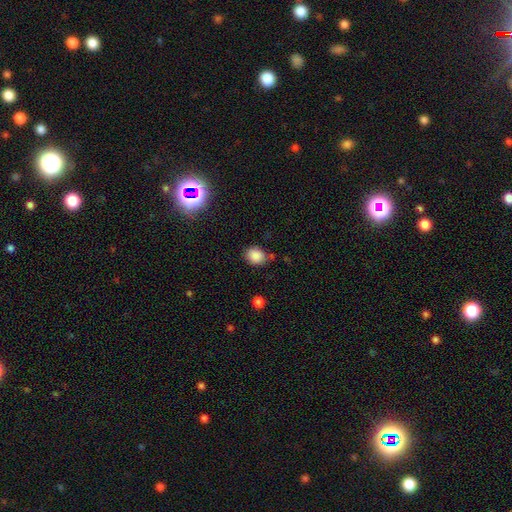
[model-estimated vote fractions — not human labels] smooth_or_featured: smooth (p=0.85) [alt: star or artifact p=0.11]
how_rounded: round (p=0.62) [alt: in between p=0.37]
merging: none (p=0.72) [alt: minor disturbance p=0.18]